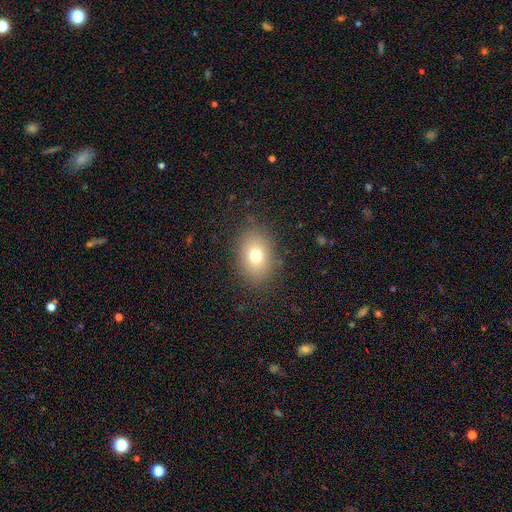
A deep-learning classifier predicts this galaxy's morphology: A smooth galaxy with no disk features (74%) that is in between round and cigar-shaped (71%). Merging: none (83%).